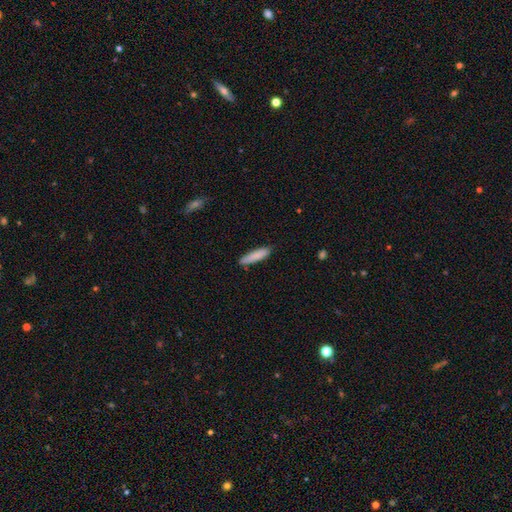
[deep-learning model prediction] A smooth galaxy with no disk features (86%) that is cigar-shaped (79%). Merging: none (84%).